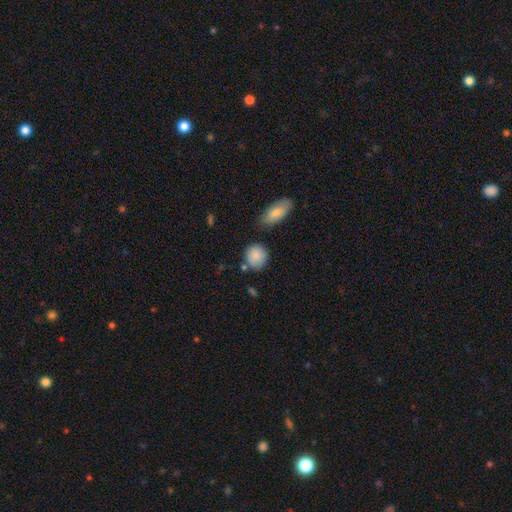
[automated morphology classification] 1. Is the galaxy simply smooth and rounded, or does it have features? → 86% smooth, 7% star or artifact, 7% featured or disk.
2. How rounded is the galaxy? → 76% round, 23% in between, 2% cigar-shaped.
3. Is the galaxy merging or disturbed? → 71% none, 17% minor disturbance, 8% merger, 4% major disturbance.